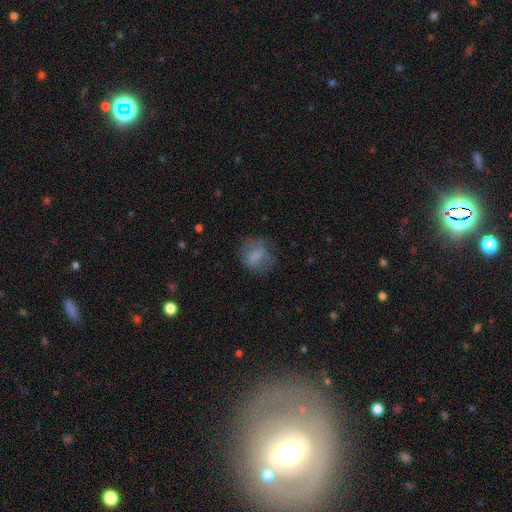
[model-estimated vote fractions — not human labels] A smooth galaxy with no disk features (69%) that is round (64%). Merging: none (57%).